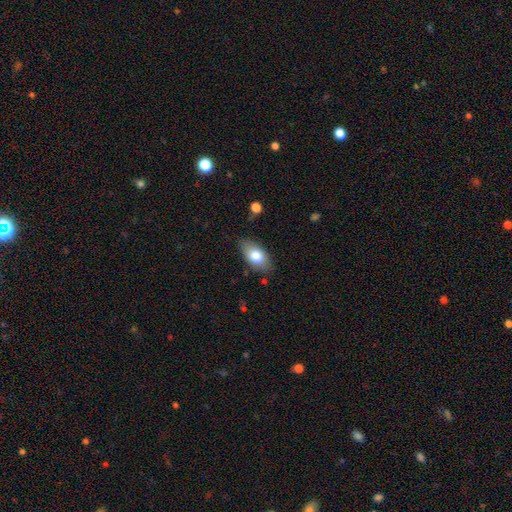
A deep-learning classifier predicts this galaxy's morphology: The model was most divided on "smooth or featured": smooth: 78%, featured or disk: 16%, star or artifact: 7%. More confident: how rounded — in between (92%); merging — none (80%).